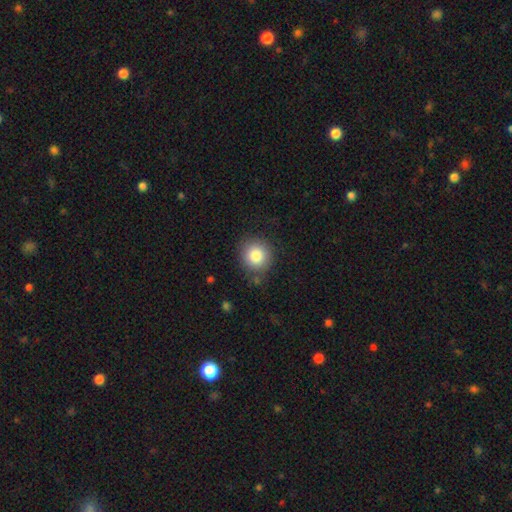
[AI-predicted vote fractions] Smooth or featured?
  - smooth: 83% *
  - star or artifact: 9%
  - featured or disk: 7%
How rounded?
  - round: 90% *
  - in between: 9%
  - cigar-shaped: 1%
Merging?
  - none: 84% *
  - minor disturbance: 11%
  - major disturbance: 3%
  - merger: 2%